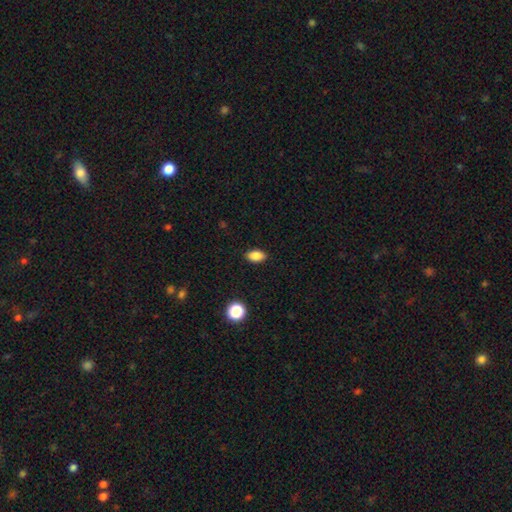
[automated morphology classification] Smooth or featured?
  - smooth: 86% *
  - star or artifact: 9%
  - featured or disk: 5%
How rounded?
  - in between: 89% *
  - round: 7%
  - cigar-shaped: 3%
Merging?
  - none: 89% *
  - minor disturbance: 8%
  - major disturbance: 2%
  - merger: 1%